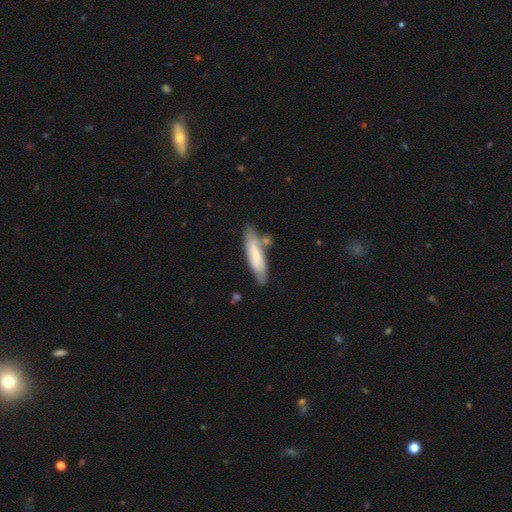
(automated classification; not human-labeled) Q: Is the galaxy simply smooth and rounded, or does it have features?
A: smooth — 60%.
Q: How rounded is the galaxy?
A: cigar-shaped — 69%.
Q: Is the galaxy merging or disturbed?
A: none — 65%.